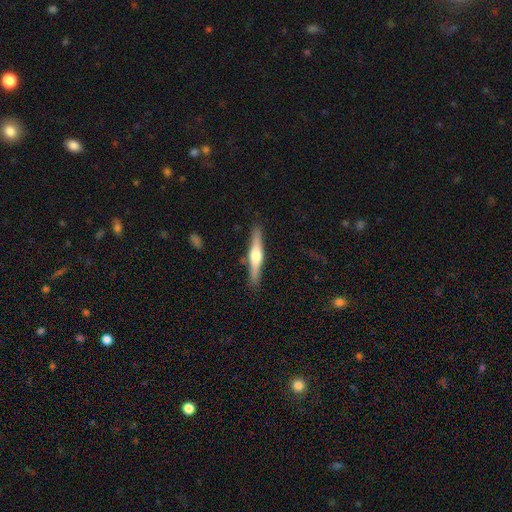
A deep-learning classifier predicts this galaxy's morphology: Smooth or featured? Predicted: featured or disk (p=0.62). Edge-on disk? Predicted: yes (p=0.97). Edge-on bulge? Predicted: rounded (p=0.91). Merging? Predicted: none (p=0.87).